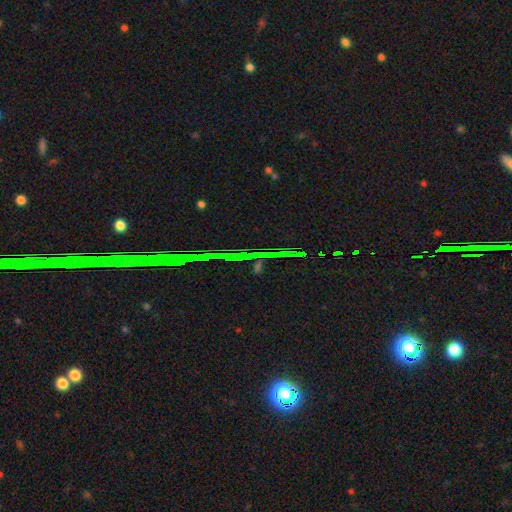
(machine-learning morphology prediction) Smooth or featured? star or artifact (82%)